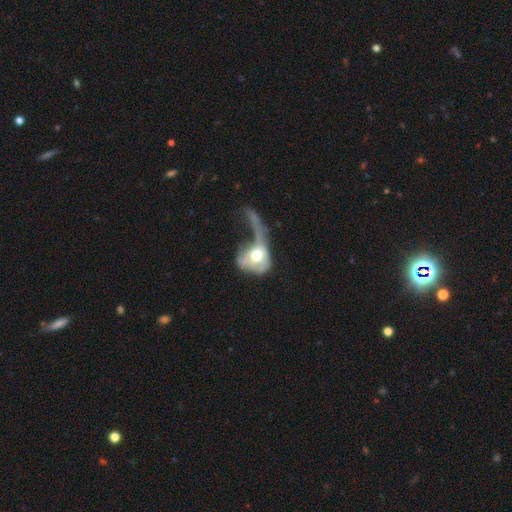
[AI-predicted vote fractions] The model was most divided on "how rounded": round: 49%, in between: 48%, cigar-shaped: 3%. More confident: merging — major disturbance (67%); smooth or featured — smooth (52%).